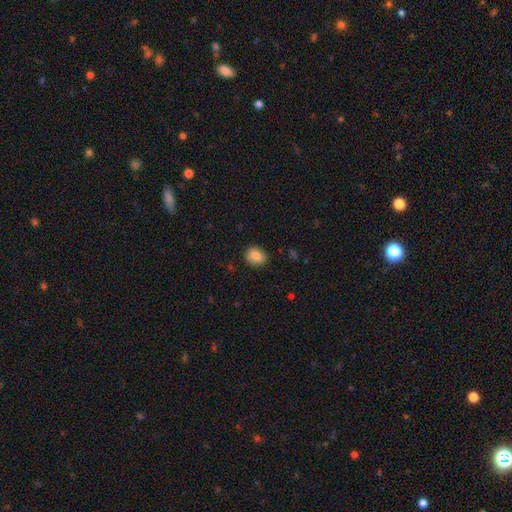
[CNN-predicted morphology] Smooth or featured?
  - smooth: 84% *
  - star or artifact: 9%
  - featured or disk: 7%
How rounded?
  - round: 57% *
  - in between: 42%
  - cigar-shaped: 1%
Merging?
  - none: 86% *
  - minor disturbance: 10%
  - major disturbance: 2%
  - merger: 1%